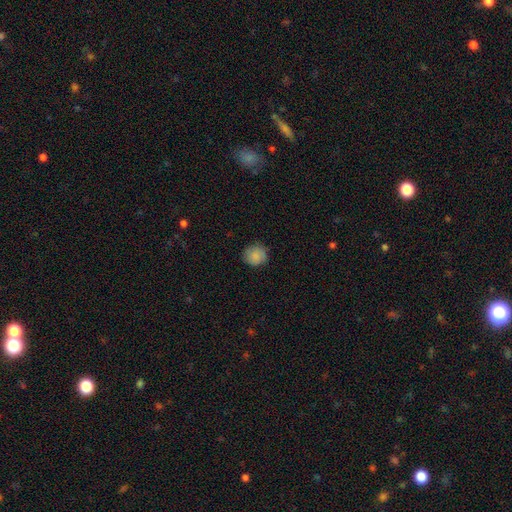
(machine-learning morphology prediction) The model was most divided on "merging": none: 83%, minor disturbance: 13%, major disturbance: 3%, merger: 1%. More confident: how rounded — round (90%); smooth or featured — smooth (85%).